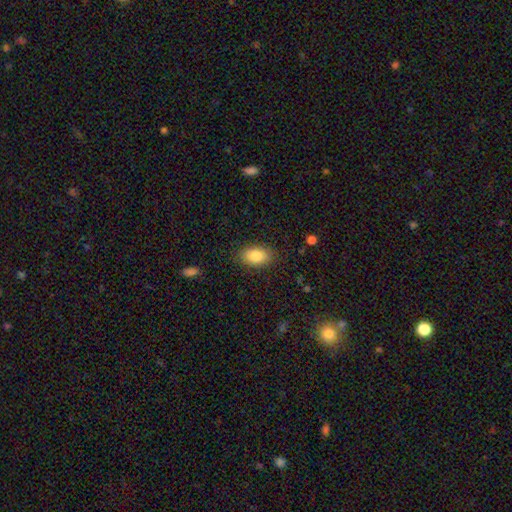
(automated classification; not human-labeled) This is clearly a smooth galaxy (85%). How rounded: clearly in between (92%). Merging: clearly none (85%).